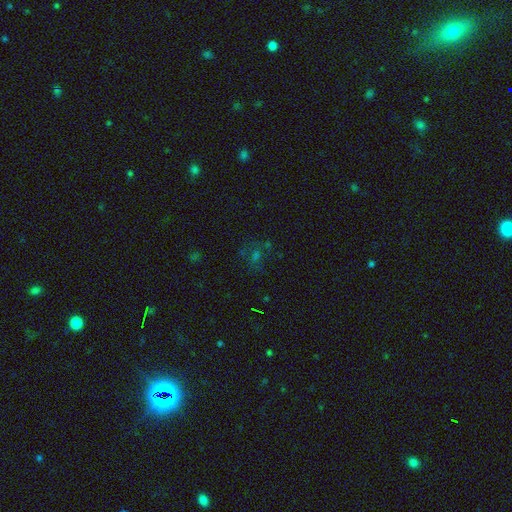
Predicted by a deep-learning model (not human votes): Smooth or featured? Predicted: star or artifact (p=0.49).